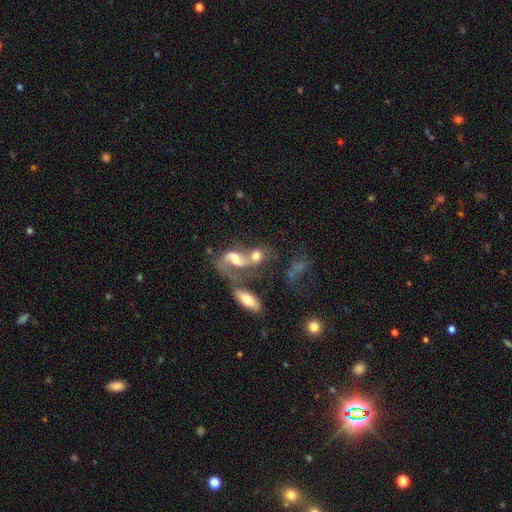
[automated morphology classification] Smooth or featured: featured or disk — 55% (smooth — 34%)
Edge-on disk: no — 93% (yes — 7%)
Bar: no — 56% (weak — 34%)
Spiral arms: yes — 73% (no — 27%)
Bulge size: moderate — 46% (large — 23%)
Merging: merger — 71% (none — 12%)